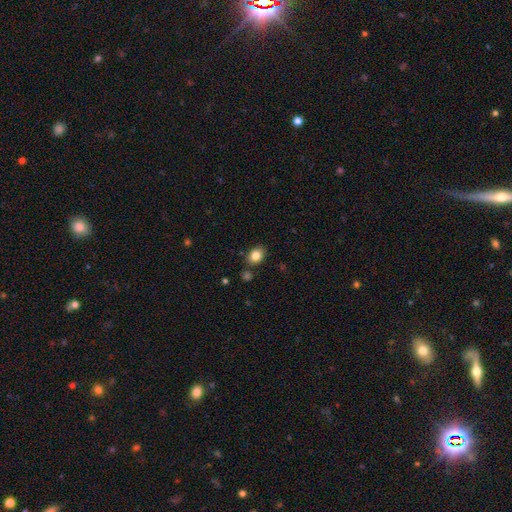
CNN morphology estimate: smooth_or_featured: smooth (p=0.84) [alt: star or artifact p=0.10]
how_rounded: in between (p=0.57) [alt: round p=0.42]
merging: none (p=0.82) [alt: minor disturbance p=0.11]